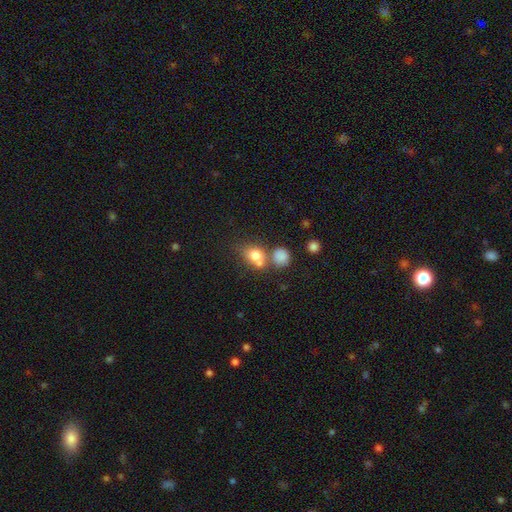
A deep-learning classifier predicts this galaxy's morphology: Smooth or featured? smooth (77%)
How rounded? round (55%)
Merging? none (42%)